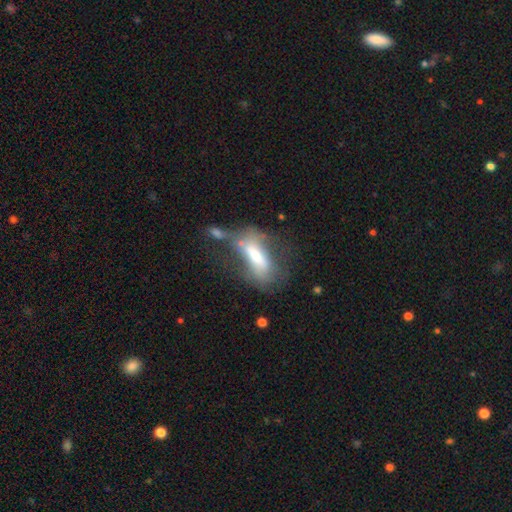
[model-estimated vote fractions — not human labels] This appears to be a smooth galaxy with no disk features (51%) that is in between round and cigar-shaped (66%). Merging: major disturbance (33%).